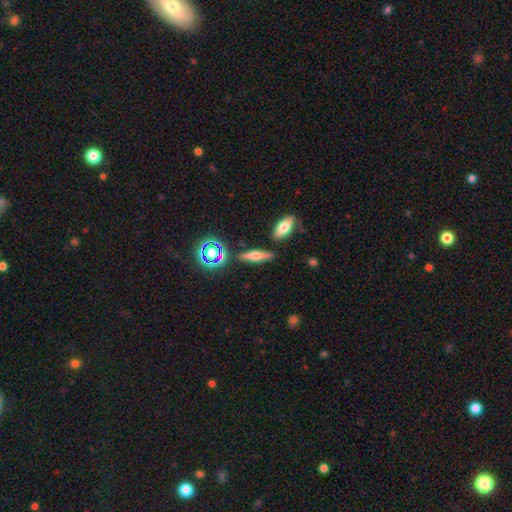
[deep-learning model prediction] Overall: smooth (43%, tied with featured or disk). Merging: none (83%).